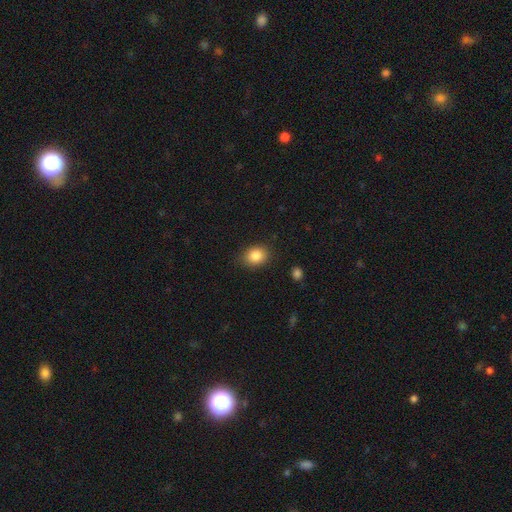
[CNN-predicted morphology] Smooth or featured: smooth — 85% (star or artifact — 9%)
How rounded: in between — 57% (round — 42%)
Merging: none — 85% (minor disturbance — 11%)